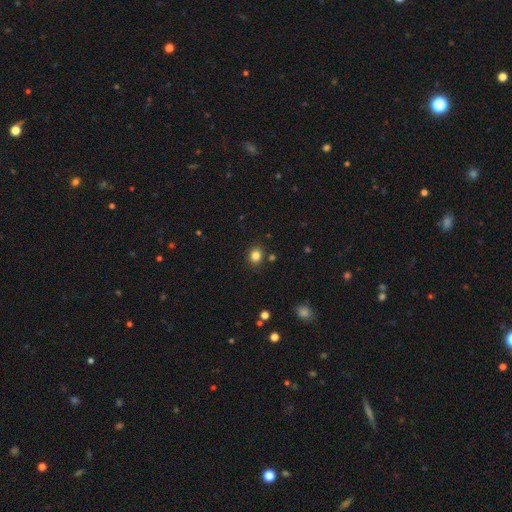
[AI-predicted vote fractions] Overall: smooth (83%). How rounded: round (77%). Merging: none (87%).